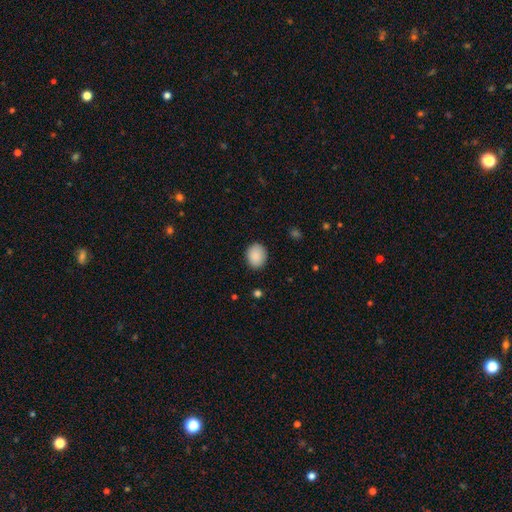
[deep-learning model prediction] A smooth galaxy with no disk features (90%) that is round (58%).

Vote fractions:
- Smooth or featured? smooth: 90% / star or artifact: 7% / featured or disk: 3%
- How rounded? round: 58% / in between: 41% / cigar-shaped: 1%
- Merging? none: 87% / minor disturbance: 10% / major disturbance: 2% / merger: 1%